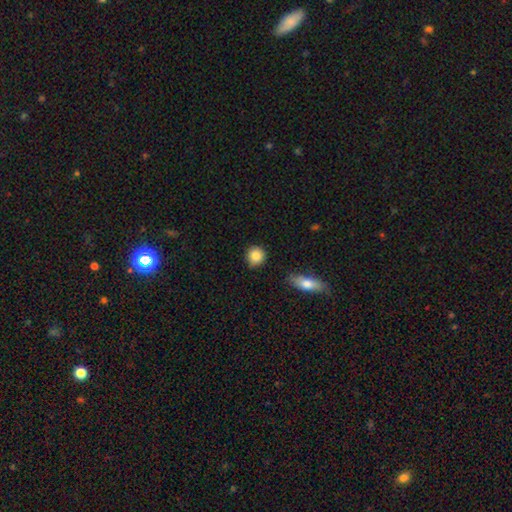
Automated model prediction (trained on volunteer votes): This is clearly a smooth galaxy (86%). How rounded: clearly round (89%). Merging: clearly none (86%).